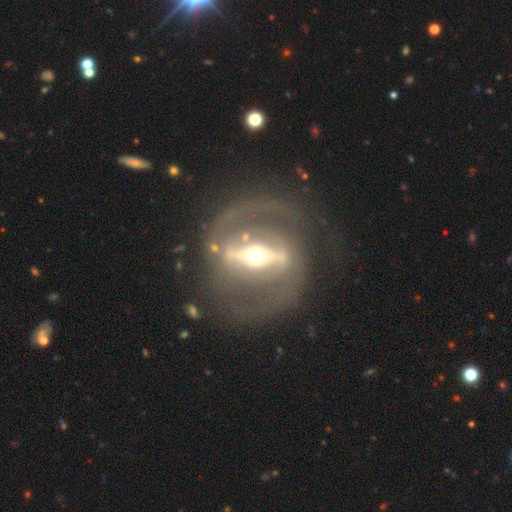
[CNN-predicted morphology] This appears to be a featured or disk galaxy (85%) with a strong bar (80%), no spiral arms (50%, tied with yes) and a moderate central bulge (54%). Merging: none (68%).